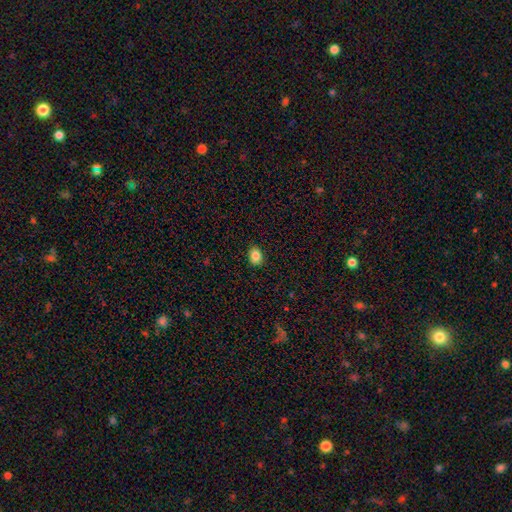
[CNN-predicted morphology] This is clearly a smooth galaxy (86%). How rounded: likely in between (65%). Merging: clearly none (89%).